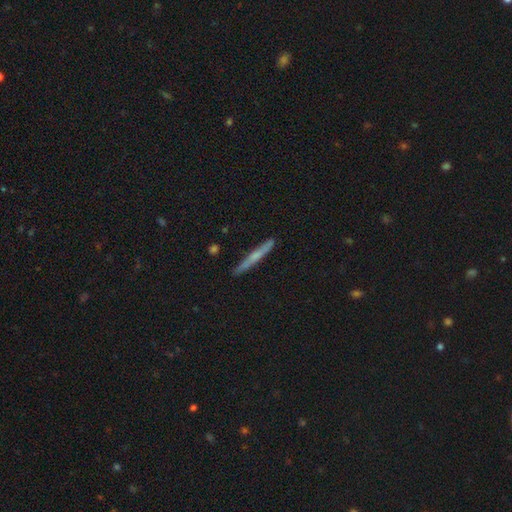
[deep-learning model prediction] Smooth or featured?
  - featured or disk: 50% *
  - smooth: 44%
  - star or artifact: 6%
Merging?
  - none: 89% *
  - minor disturbance: 8%
  - major disturbance: 1%
  - merger: 1%